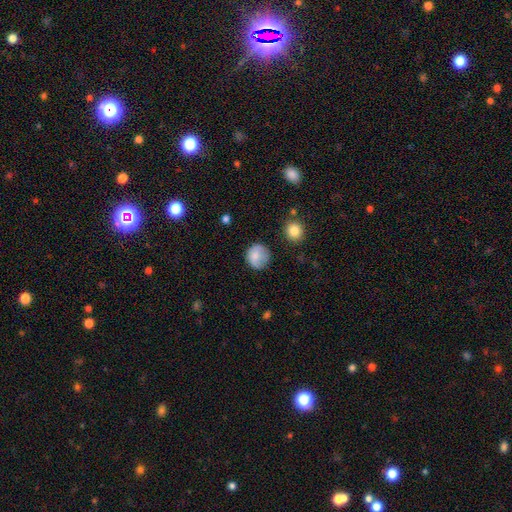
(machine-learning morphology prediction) Smooth or featured? Predicted: smooth (p=0.79). How rounded? Predicted: round (p=0.88). Merging? Predicted: none (p=0.72).